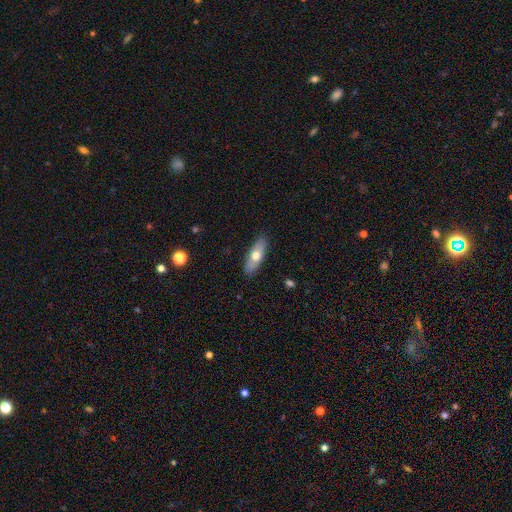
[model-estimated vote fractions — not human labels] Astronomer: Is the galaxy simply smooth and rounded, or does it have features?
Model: smooth — 62%.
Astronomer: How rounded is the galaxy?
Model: in between — 63%.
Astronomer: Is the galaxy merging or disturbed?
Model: none — 87%.